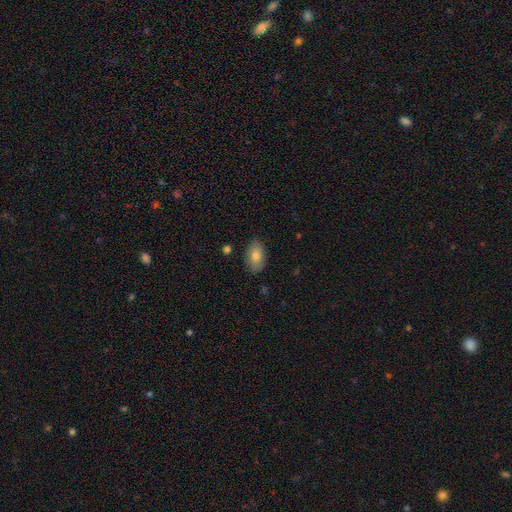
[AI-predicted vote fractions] Smooth or featured: smooth — 78% (featured or disk — 14%)
How rounded: in between — 92% (round — 6%)
Merging: none — 85% (minor disturbance — 11%)